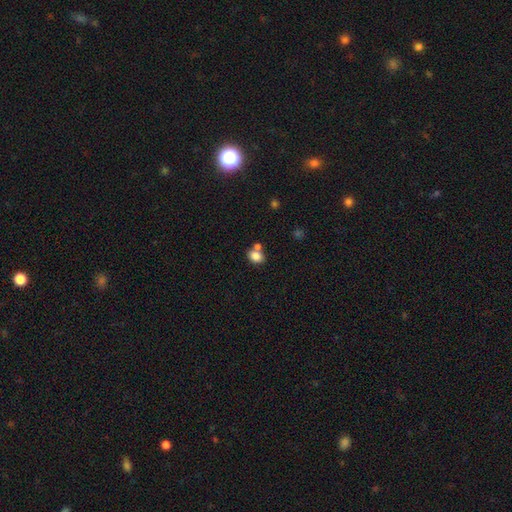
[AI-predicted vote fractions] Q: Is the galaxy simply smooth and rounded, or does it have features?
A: smooth — 83%.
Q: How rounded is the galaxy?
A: in between — 61%.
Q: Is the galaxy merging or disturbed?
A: none — 54%.